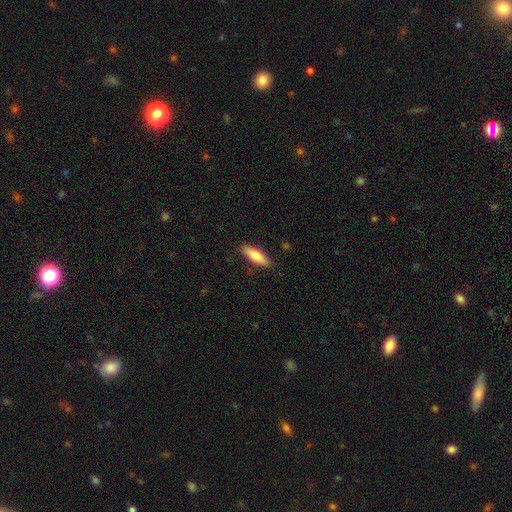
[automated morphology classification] Smooth or featured? smooth (73%)
How rounded? cigar-shaped (50%)
Merging? none (87%)